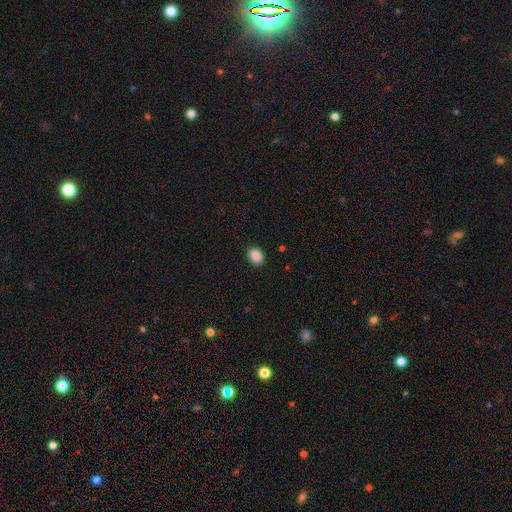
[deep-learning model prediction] The model was most divided on "how rounded": in between: 70%, round: 29%, cigar-shaped: 1%. More confident: smooth or featured — smooth (89%); merging — none (89%).